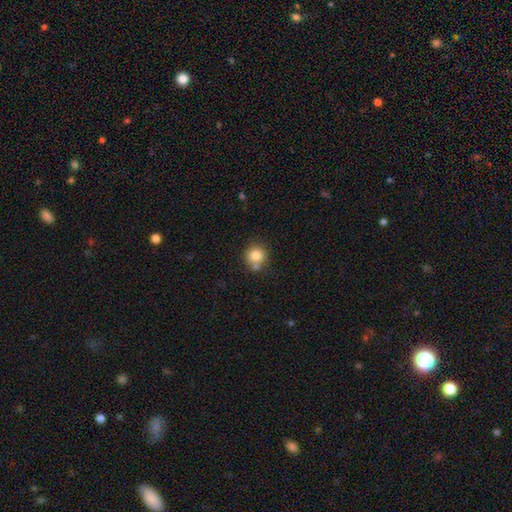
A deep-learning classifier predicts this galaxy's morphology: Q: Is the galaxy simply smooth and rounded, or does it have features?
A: smooth — 82%.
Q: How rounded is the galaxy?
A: round — 88%.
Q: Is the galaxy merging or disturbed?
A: none — 62%.